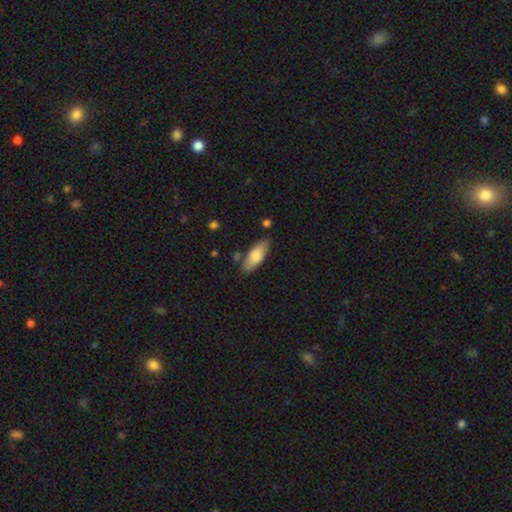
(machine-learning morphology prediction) smooth_or_featured: smooth (p=0.72) [alt: featured or disk p=0.22]
how_rounded: in between (p=0.75) [alt: cigar-shaped p=0.23]
merging: none (p=0.79) [alt: minor disturbance p=0.14]